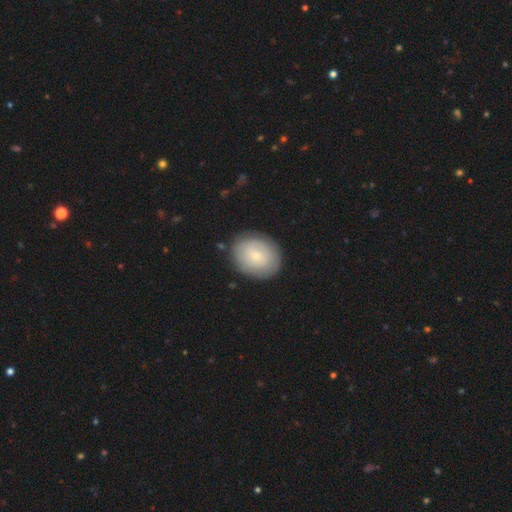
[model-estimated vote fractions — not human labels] The model was most divided on "how rounded": round: 59%, in between: 40%, cigar-shaped: 1%. More confident: merging — none (84%); smooth or featured — smooth (65%).